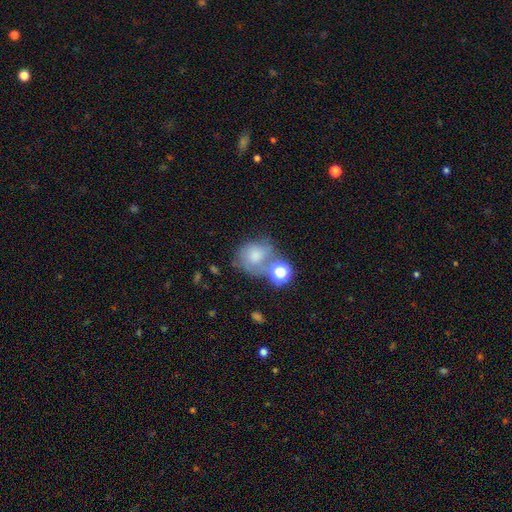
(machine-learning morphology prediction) This is likely a smooth galaxy (66%). How rounded: likely round (76%). Merging: marginally none (41%).